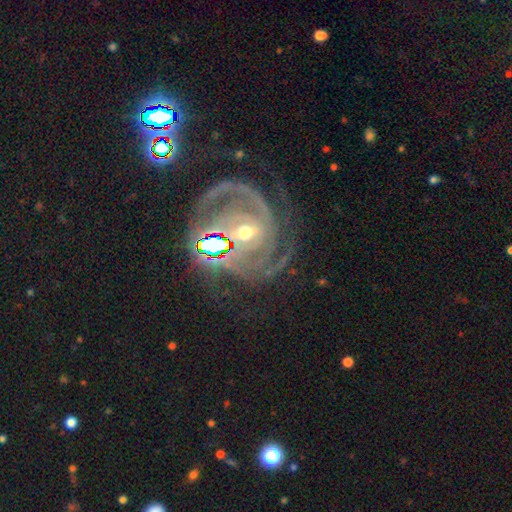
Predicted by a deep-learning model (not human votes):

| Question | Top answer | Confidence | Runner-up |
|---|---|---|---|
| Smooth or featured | featured or disk | 84% | star or artifact (12%) |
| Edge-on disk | no | 97% | yes (3%) |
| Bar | weak | 37% | no (32%) |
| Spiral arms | yes | 97% | no (3%) |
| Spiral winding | tight | 53% | medium (39%) |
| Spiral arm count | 2 | 48% | 3 (21%) |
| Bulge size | small | 58% | moderate (37%) |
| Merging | none | 61% | minor disturbance (17%) |